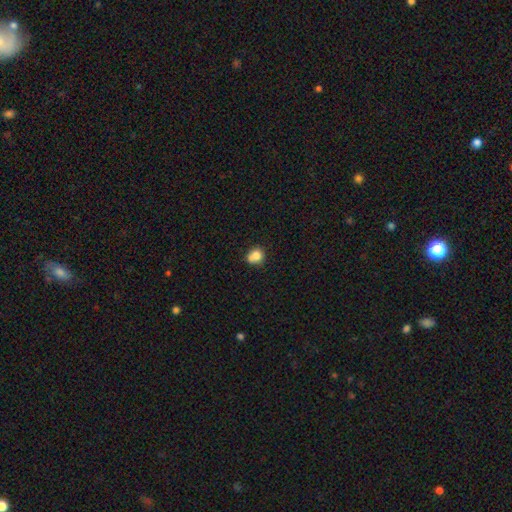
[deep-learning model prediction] smooth_or_featured: smooth (p=0.79) [alt: featured or disk p=0.11]
how_rounded: round (p=0.77) [alt: in between p=0.22]
merging: none (p=0.53) [alt: merger p=0.23]